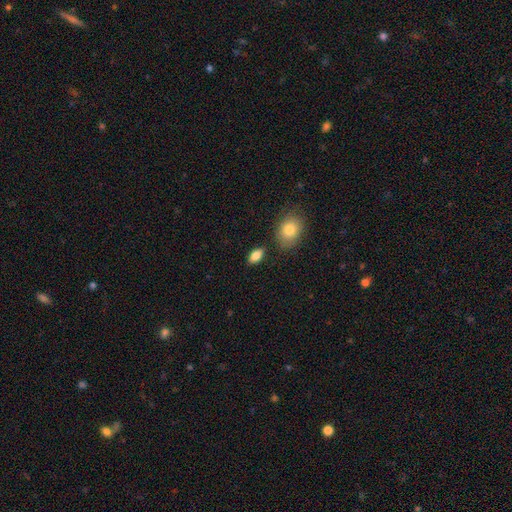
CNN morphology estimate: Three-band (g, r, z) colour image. It shows a smooth galaxy with no disk features (83%) that is in between round and cigar-shaped (90%). Merging: none (82%).